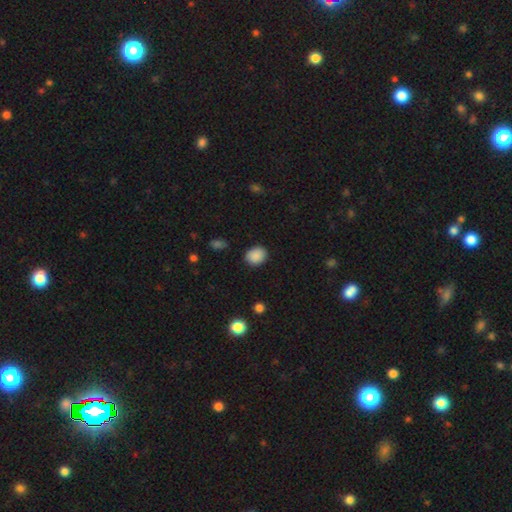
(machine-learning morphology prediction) Smooth or featured: smooth — 88% (star or artifact — 9%)
How rounded: round — 57% (in between — 42%)
Merging: none — 84% (minor disturbance — 11%)